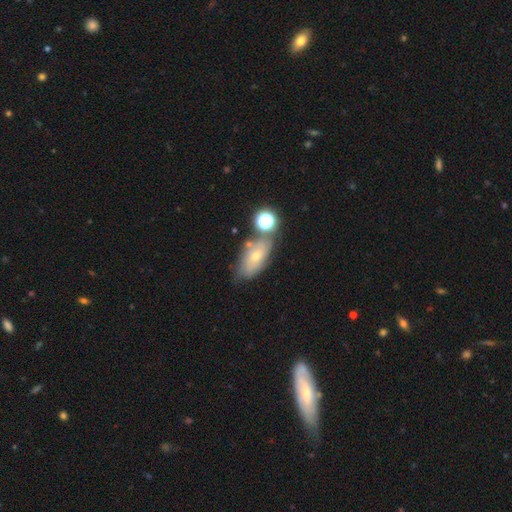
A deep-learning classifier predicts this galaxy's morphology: A smooth galaxy with no disk features (52%) that is in between round and cigar-shaped (82%). Merging: none (53%).